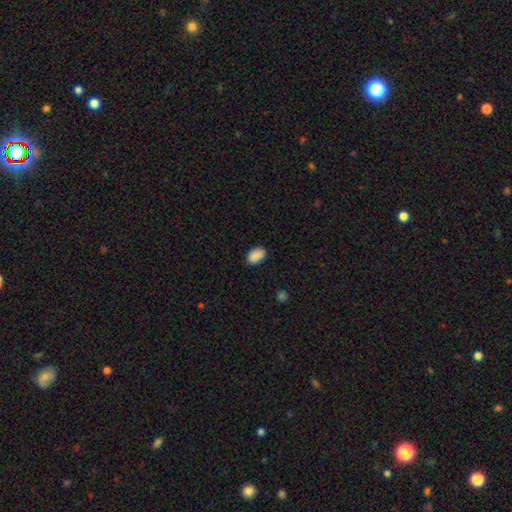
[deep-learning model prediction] A smooth galaxy with no disk features (90%) that is in between round and cigar-shaped (90%). Merging: none (86%).